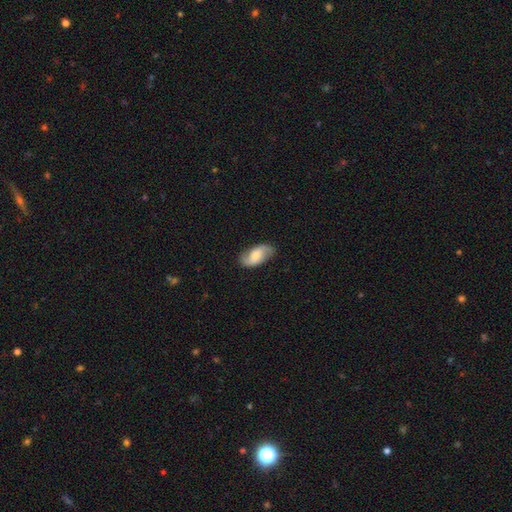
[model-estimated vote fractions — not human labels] featured or disk 63%, smooth 31%, star or artifact 6%. Down the decision tree: edge-on disk — no (96%); bar — no (54%); spiral arms — yes (92%); spiral arm count — 2 (90%); spiral winding — loose (55%); bulge size — moderate (46%); merging — none (81%).